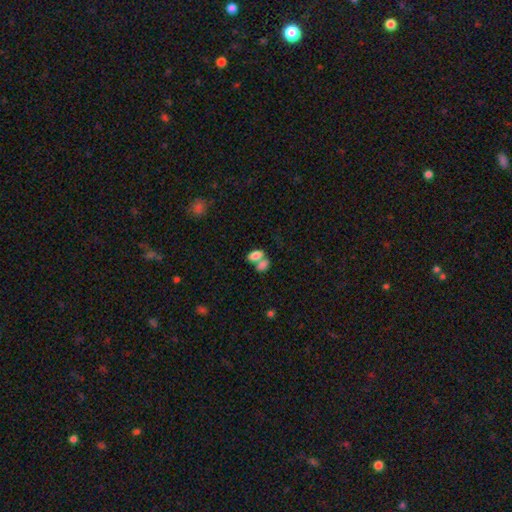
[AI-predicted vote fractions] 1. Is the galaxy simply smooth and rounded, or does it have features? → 81% smooth, 10% featured or disk, 8% star or artifact.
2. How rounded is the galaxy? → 90% in between, 7% round, 3% cigar-shaped.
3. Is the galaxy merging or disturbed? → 57% merger, 31% none, 8% minor disturbance, 4% major disturbance.